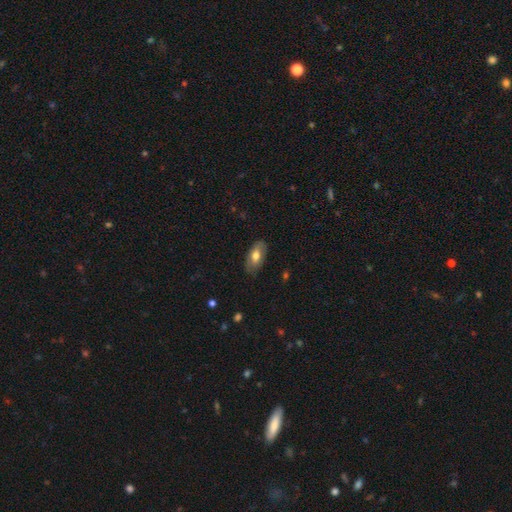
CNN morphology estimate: This appears to be a smooth galaxy with no disk features (64%) that is in between round and cigar-shaped (90%). Merging: none (77%).